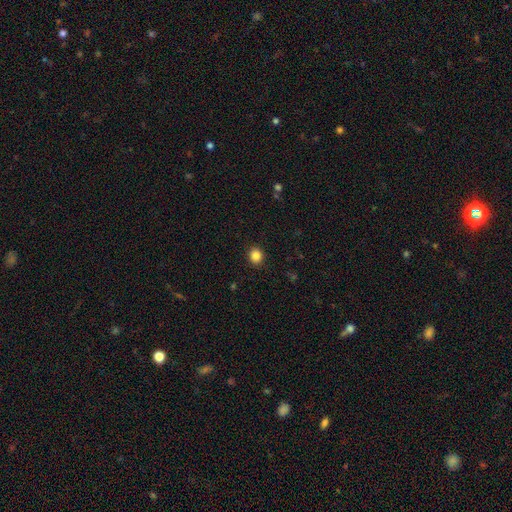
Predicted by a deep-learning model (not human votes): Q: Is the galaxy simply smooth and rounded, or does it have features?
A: smooth — 86%.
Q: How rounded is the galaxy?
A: round — 80%.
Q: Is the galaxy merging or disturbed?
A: none — 91%.